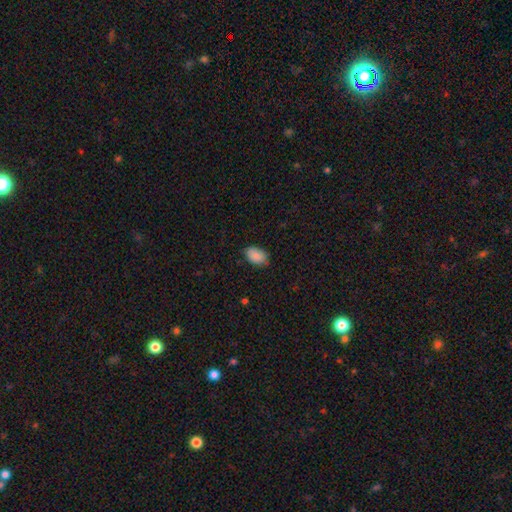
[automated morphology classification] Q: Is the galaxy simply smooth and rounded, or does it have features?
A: smooth — 88%.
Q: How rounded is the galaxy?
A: in between — 89%.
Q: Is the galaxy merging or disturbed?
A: none — 80%.